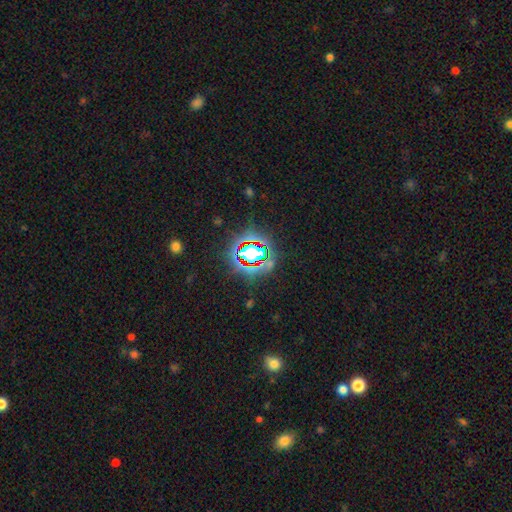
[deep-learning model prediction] The model was most divided on "smooth or featured": star or artifact: 74%, smooth: 15%, featured or disk: 10%.